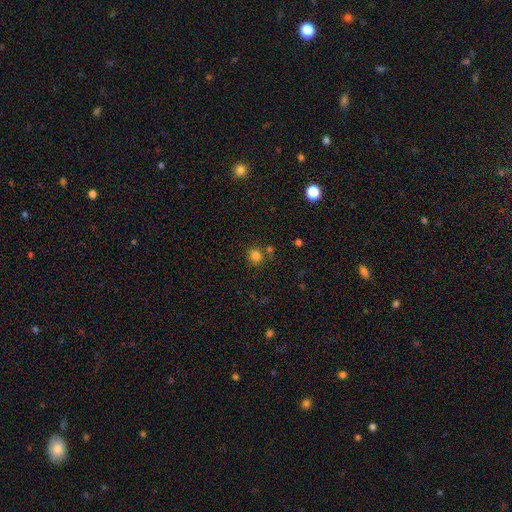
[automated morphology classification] smooth_or_featured: smooth (p=0.80) [alt: star or artifact p=0.14]
how_rounded: round (p=0.84) [alt: in between p=0.15]
merging: none (p=0.72) [alt: merger p=0.13]